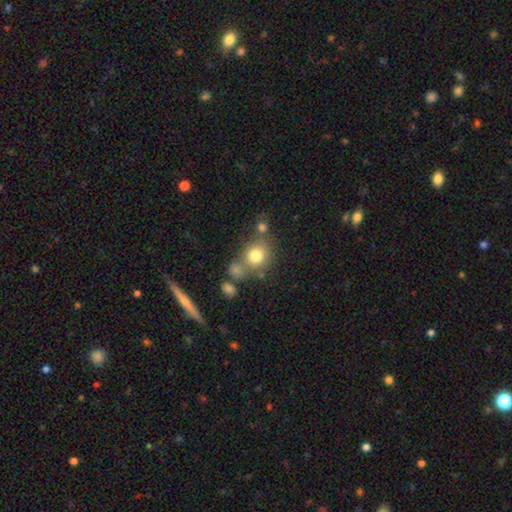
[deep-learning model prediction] smooth_or_featured: smooth (p=0.78) [alt: star or artifact p=0.12]
how_rounded: round (p=0.80) [alt: in between p=0.19]
merging: none (p=0.55) [alt: merger p=0.25]